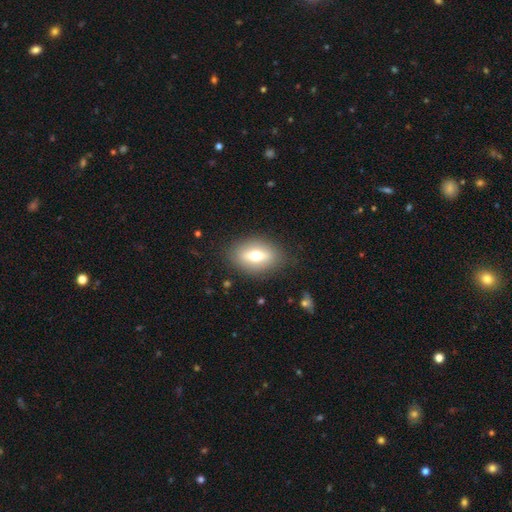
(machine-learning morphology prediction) Smooth or featured? smooth (55%)
How rounded? in between (76%)
Merging? none (85%)